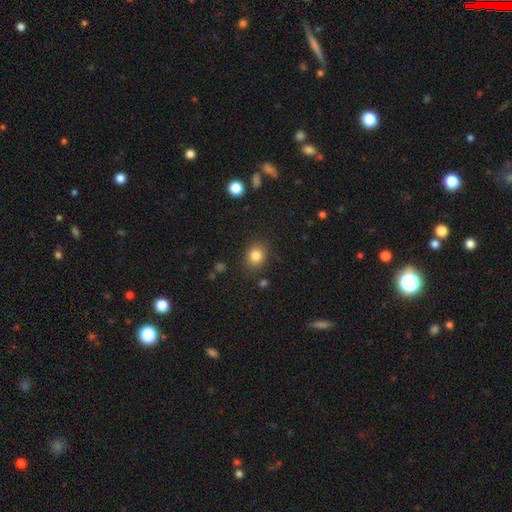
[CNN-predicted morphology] The model was most divided on "how rounded": round: 65%, in between: 34%, cigar-shaped: 1%. More confident: merging — none (85%); smooth or featured — smooth (83%).